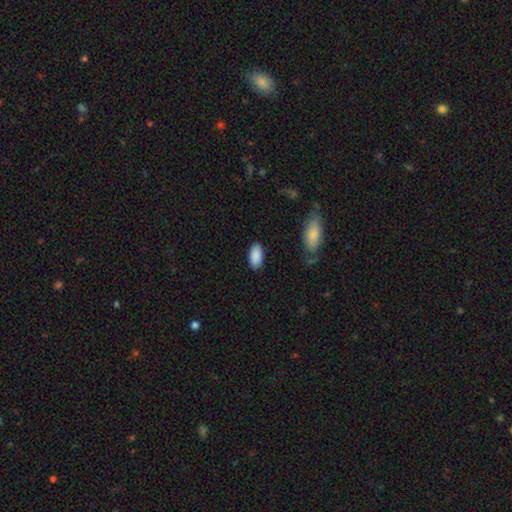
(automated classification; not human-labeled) Smooth or featured? Predicted: smooth (p=0.89). How rounded? Predicted: in between (p=0.94). Merging? Predicted: none (p=0.86).